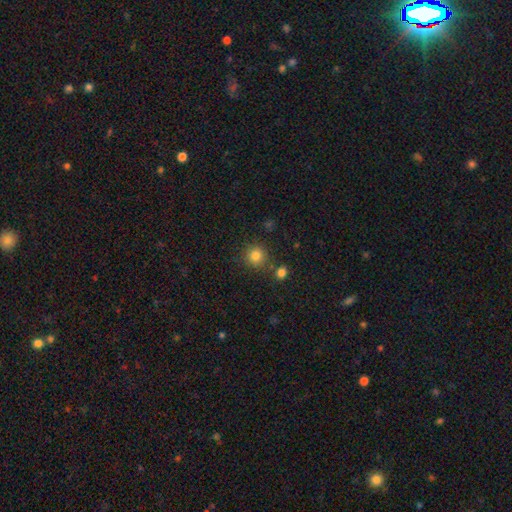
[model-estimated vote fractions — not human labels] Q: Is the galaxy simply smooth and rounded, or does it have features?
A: smooth — 82%.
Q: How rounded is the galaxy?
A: round — 92%.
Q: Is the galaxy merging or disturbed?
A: none — 82%.